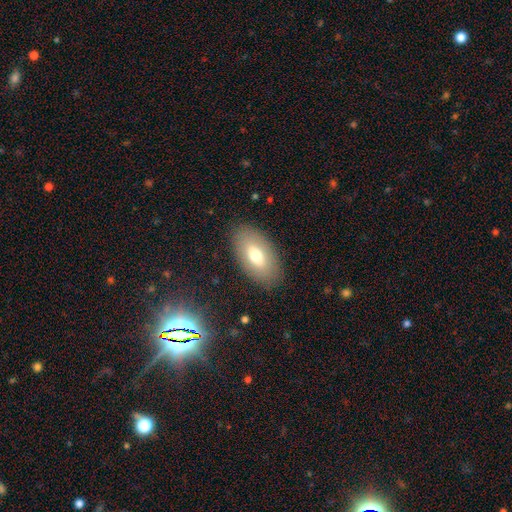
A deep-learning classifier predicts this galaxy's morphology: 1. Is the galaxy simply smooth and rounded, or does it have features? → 69% smooth, 23% featured or disk, 8% star or artifact.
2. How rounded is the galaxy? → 94% in between, 4% round, 2% cigar-shaped.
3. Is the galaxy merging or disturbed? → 86% none, 10% minor disturbance, 3% major disturbance, 1% merger.